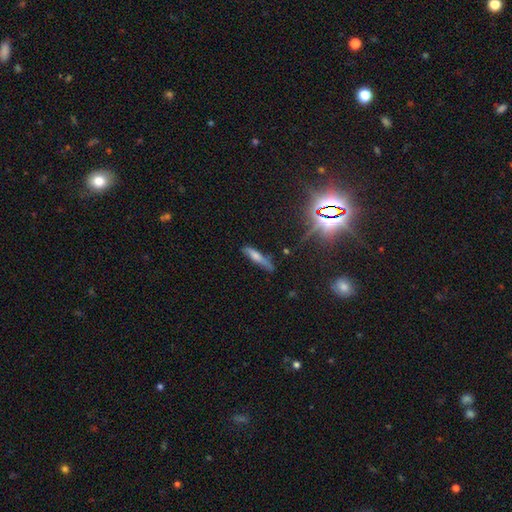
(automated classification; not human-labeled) Smooth or featured: smooth — 49% (featured or disk — 32%)
Merging: none — 70% (minor disturbance — 21%)